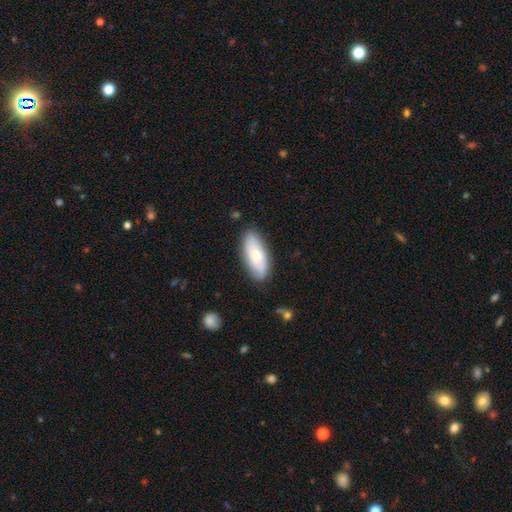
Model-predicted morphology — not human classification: The model was most divided on "smooth or featured": smooth: 62%, featured or disk: 32%, star or artifact: 6%. More confident: how rounded — in between (84%); merging — none (81%).